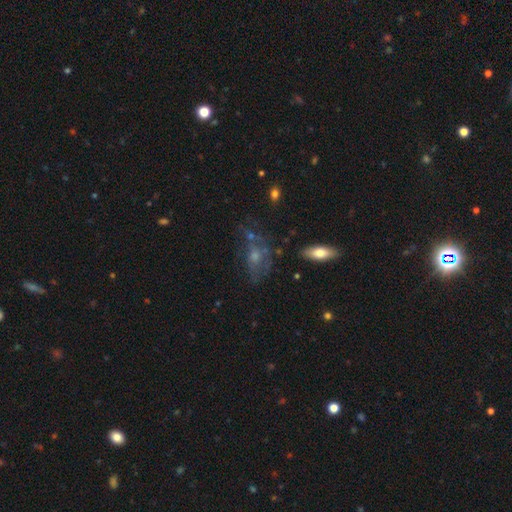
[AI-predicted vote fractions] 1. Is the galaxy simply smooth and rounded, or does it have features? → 45% featured or disk, 38% smooth, 16% star or artifact.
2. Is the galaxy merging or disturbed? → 43% none, 26% major disturbance, 22% minor disturbance, 9% merger.